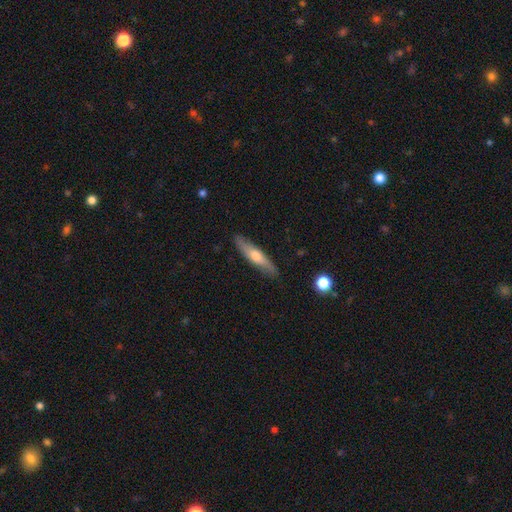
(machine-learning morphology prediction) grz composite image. It shows a smooth galaxy with no disk features (53%) that is cigar-shaped (81%). Merging: none (86%).